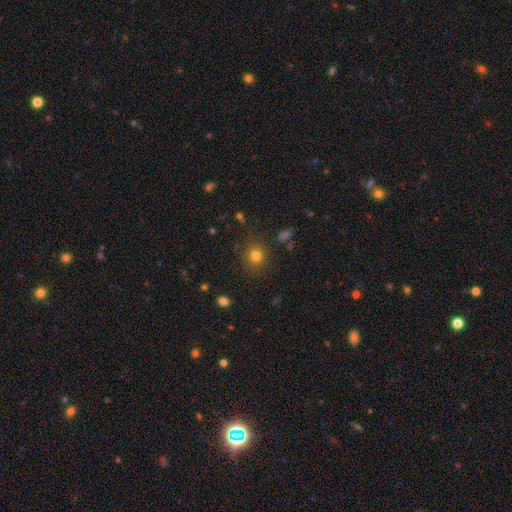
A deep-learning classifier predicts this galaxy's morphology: smooth-or-featured: smooth: 79% | star or artifact: 15% | featured or disk: 6%
  how-rounded: round: 87% | in between: 12% | cigar-shaped: 1%
  merging: none: 87% | minor disturbance: 8% | major disturbance: 3% | merger: 2%